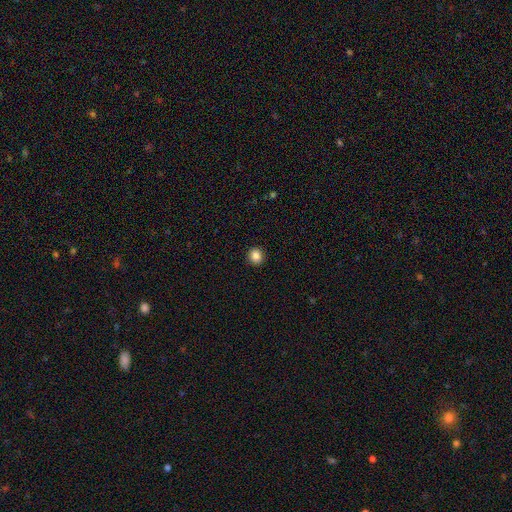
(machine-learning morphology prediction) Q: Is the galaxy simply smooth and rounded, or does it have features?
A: smooth — 86%.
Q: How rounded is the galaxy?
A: round — 86%.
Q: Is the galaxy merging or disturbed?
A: none — 92%.